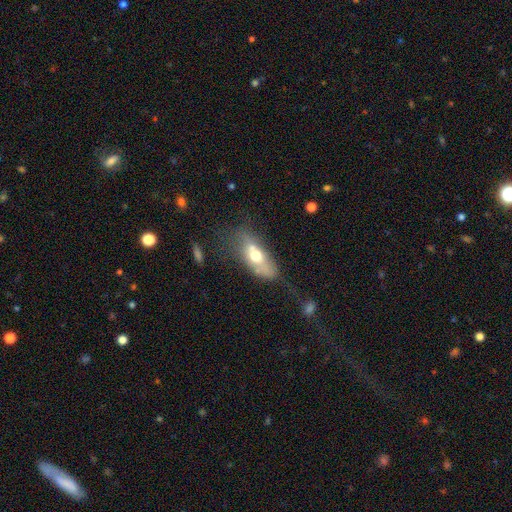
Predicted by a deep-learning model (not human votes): The model was most divided on "smooth or featured": smooth: 53%, featured or disk: 39%, star or artifact: 8%. Remaining: how rounded — in between (77%); merging — none (42%).